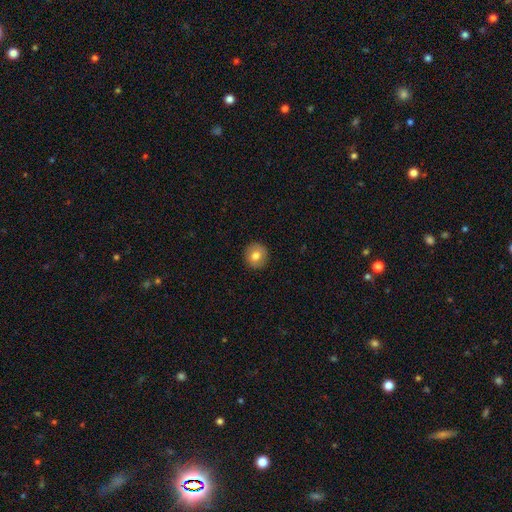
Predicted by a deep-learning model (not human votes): Smooth or featured?
  - smooth: 79% *
  - featured or disk: 12%
  - star or artifact: 9%
How rounded?
  - round: 93% *
  - in between: 6%
  - cigar-shaped: 1%
Merging?
  - none: 91% *
  - minor disturbance: 6%
  - major disturbance: 2%
  - merger: 1%